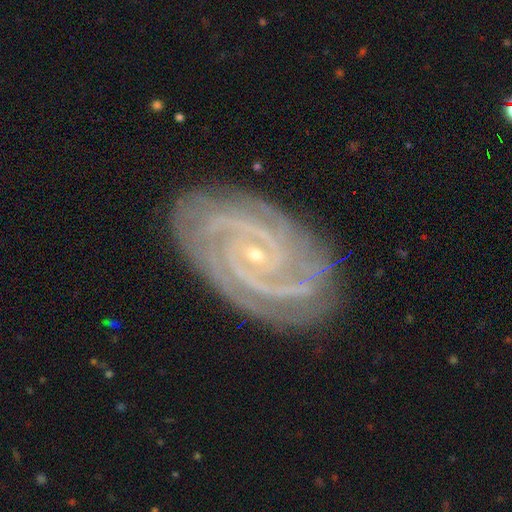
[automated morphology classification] This is clearly a featured or disk galaxy (92%). It is clearly not viewed edge-on (98%). Bar: possibly no (59%). Spiral arm pattern: clearly yes (99%). Spiral arm count: marginally 2 (39%). Spiral winding: likely tight (76%). Central bulge: clearly small (88%). Merging: clearly none (83%).